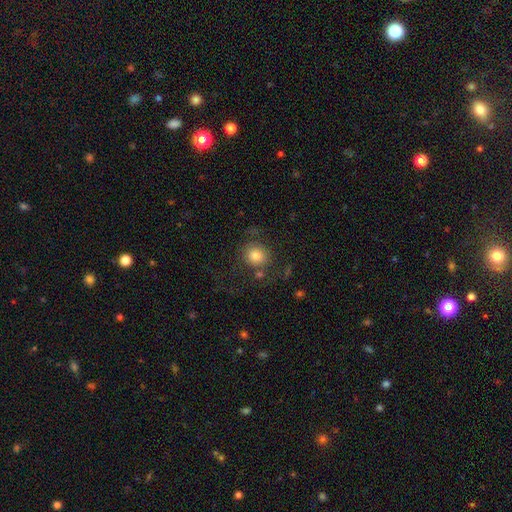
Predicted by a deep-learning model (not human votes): This is likely a smooth galaxy (78%). How rounded: clearly round (84%). Merging: likely none (68%).